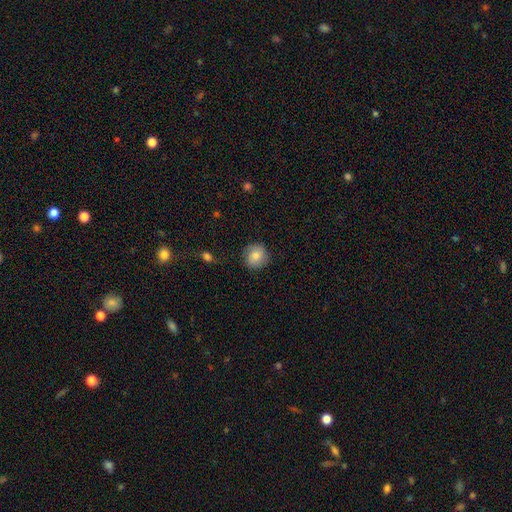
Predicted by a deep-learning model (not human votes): Smooth or featured: smooth — 80% (featured or disk — 12%)
How rounded: round — 88% (in between — 11%)
Merging: none — 84% (minor disturbance — 11%)